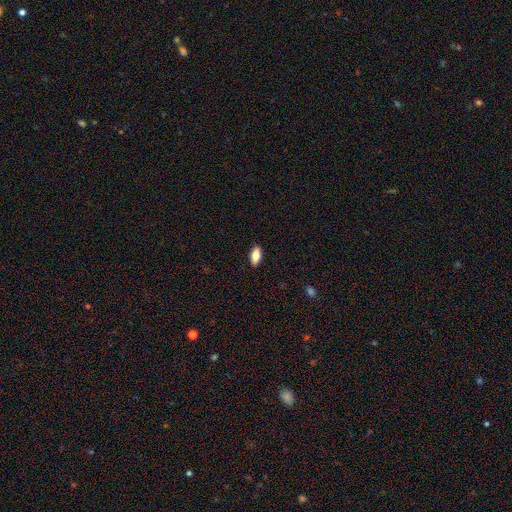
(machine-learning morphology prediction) This is likely a smooth galaxy (79%). How rounded: clearly in between (86%). Merging: clearly none (90%).